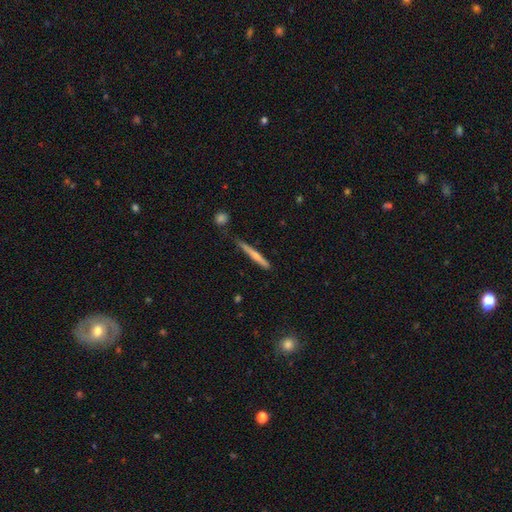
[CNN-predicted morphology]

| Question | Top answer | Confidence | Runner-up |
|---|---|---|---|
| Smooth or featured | smooth | 53% | featured or disk (41%) |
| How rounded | cigar-shaped | 95% | in between (3%) |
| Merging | none | 73% | minor disturbance (19%) |